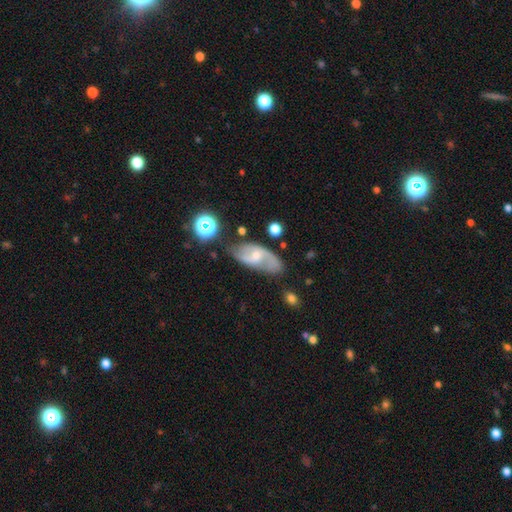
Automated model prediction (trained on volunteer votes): This appears to be a featured or disk galaxy (72%) with a weak bar (46%), 2 (83%) medium (43%) spiral arms (90%) and a small central bulge (57%). Merging: none (66%).